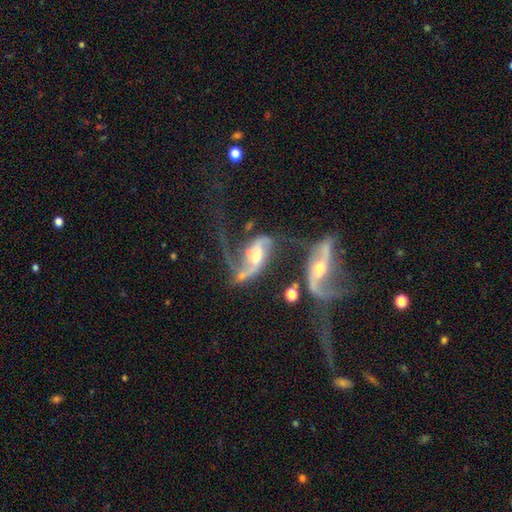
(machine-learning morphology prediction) A featured or disk galaxy (83%) with a weak bar (39%, tied with no), 2 (72%) loose (66%) spiral arms (89%) and a moderate central bulge (57%).

Vote fractions:
- Smooth or featured? featured or disk: 83% / smooth: 9% / star or artifact: 7%
- Edge-on disk? no: 93% / yes: 7%
- Bar? weak: 39% (tied) / no: 39% (tied) / strong: 22%
- Spiral arms? yes: 89% / no: 11%
- Spiral winding? loose: 66% / medium: 25% / tight: 8%
- Spiral arm count? 2: 72% / 1: 15% / can't tell: 8% / 3: 3% / 4: 1% / more than 4: 1%
- Bulge size? moderate: 57% / small: 29% / large: 8% / none: 4% / dominant: 2%
- Merging? merger: 52% / major disturbance: 23% / none: 16% / minor disturbance: 10%